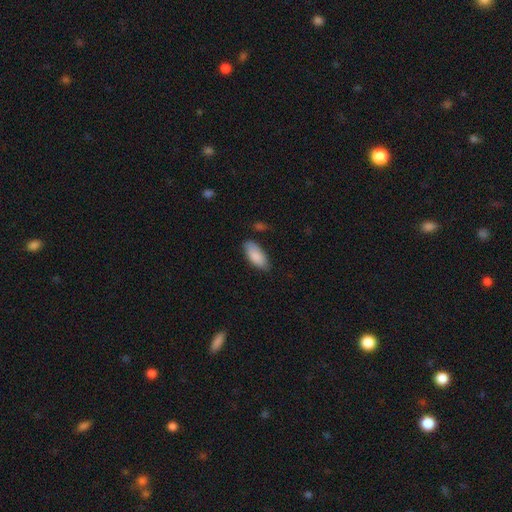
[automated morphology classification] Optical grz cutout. It shows a smooth galaxy with no disk features (87%) that is in between round and cigar-shaped (88%). Merging: none (75%).